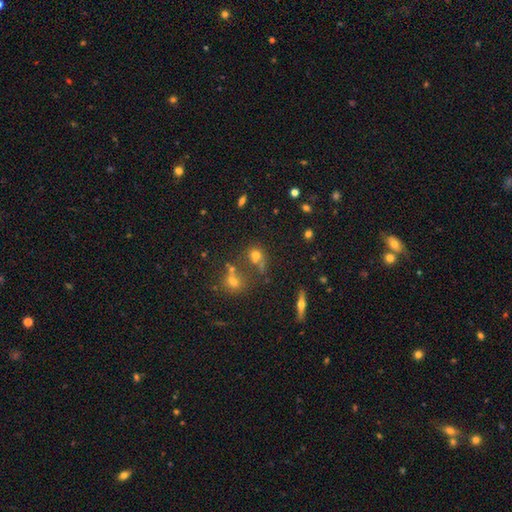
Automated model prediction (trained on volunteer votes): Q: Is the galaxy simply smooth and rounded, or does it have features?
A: smooth — 66%.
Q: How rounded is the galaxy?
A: round — 73%.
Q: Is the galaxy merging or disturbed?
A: none — 50%.